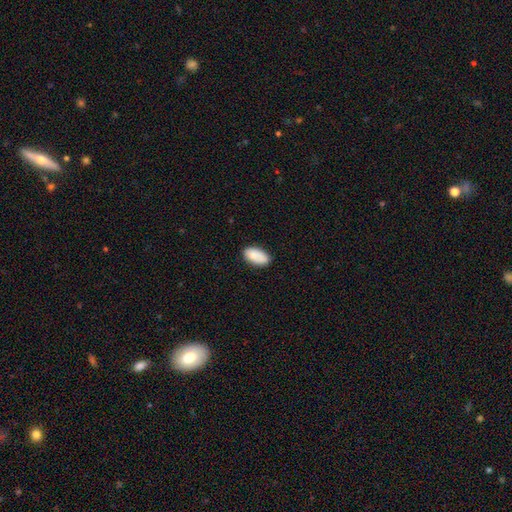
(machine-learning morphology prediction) Smooth or featured?
  - smooth: 85% *
  - featured or disk: 8%
  - star or artifact: 7%
How rounded?
  - in between: 94% *
  - round: 3%
  - cigar-shaped: 3%
Merging?
  - none: 78% *
  - minor disturbance: 17%
  - major disturbance: 3%
  - merger: 2%